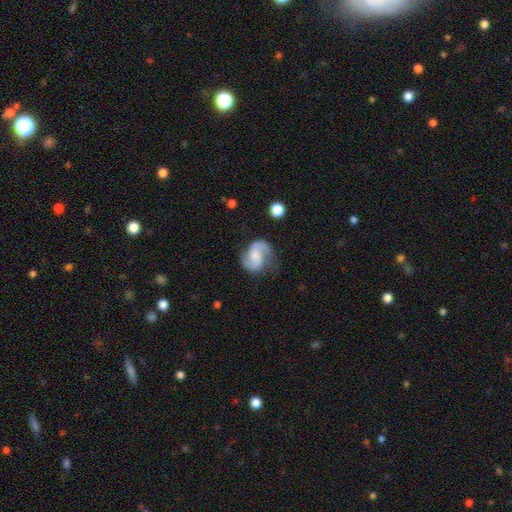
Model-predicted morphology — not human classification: Smooth or featured? featured or disk (82%)
Edge-on disk? no (98%)
Bar? no (49%)
Spiral arms? yes (96%)
Spiral winding? medium (48%)
Spiral arm count? 2 (92%)
Bulge size? none (32%)
Merging? none (70%)